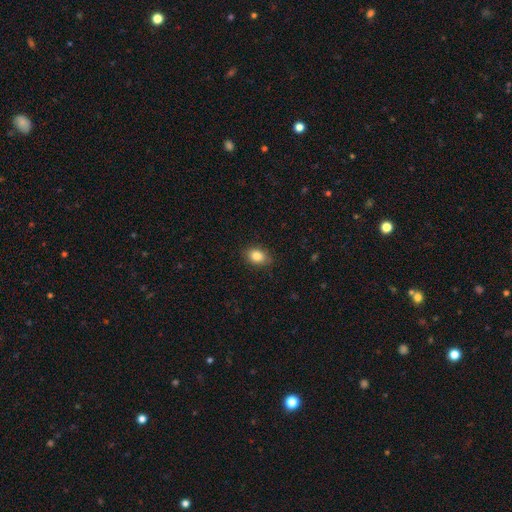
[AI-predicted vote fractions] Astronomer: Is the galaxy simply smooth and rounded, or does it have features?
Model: smooth — 84%.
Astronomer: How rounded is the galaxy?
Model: in between — 74%.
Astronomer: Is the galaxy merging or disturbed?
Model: none — 86%.